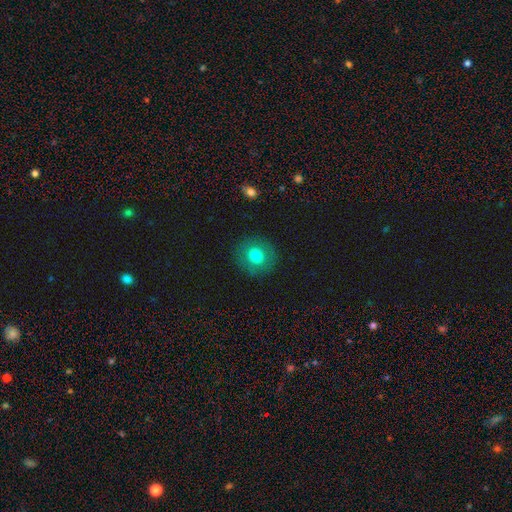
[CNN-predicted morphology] A smooth galaxy with no disk features (73%) that is round (87%).

Vote fractions:
- Smooth or featured? smooth: 73% / featured or disk: 17% / star or artifact: 10%
- How rounded? round: 87% / in between: 12% / cigar-shaped: 1%
- Merging? none: 88% / minor disturbance: 8% / major disturbance: 3% / merger: 1%